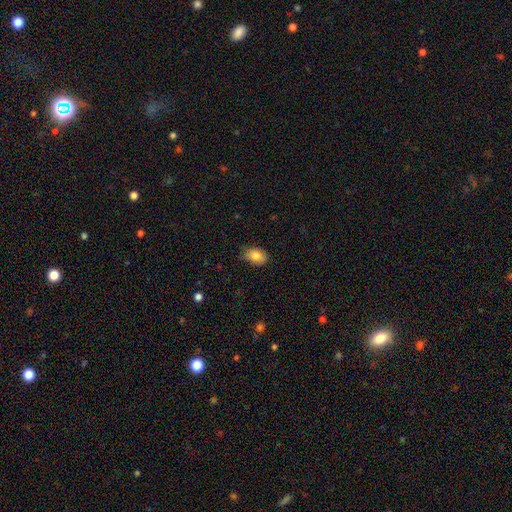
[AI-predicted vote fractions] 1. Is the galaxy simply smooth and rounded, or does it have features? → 83% smooth, 9% featured or disk, 8% star or artifact.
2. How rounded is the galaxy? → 81% in between, 18% round, 1% cigar-shaped.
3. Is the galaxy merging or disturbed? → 70% none, 25% minor disturbance, 4% major disturbance, 1% merger.